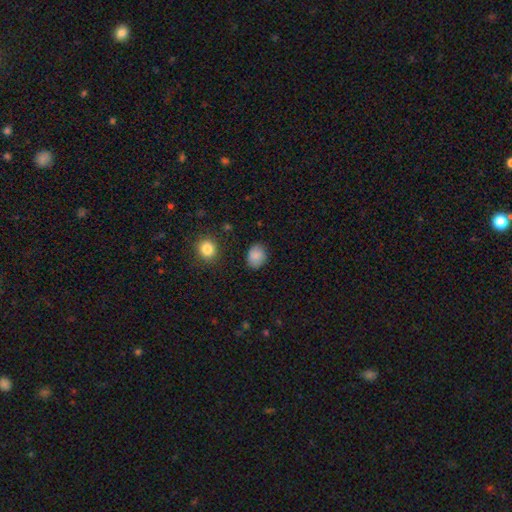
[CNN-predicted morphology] type=smooth (87%); roundness=in between (54%); merging=none (82%).